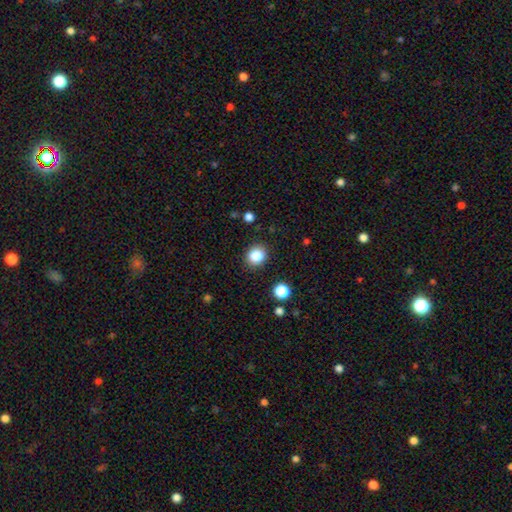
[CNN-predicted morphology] smooth 84%, star or artifact 11%, featured or disk 5%. Down the decision tree: how rounded — round (78%); merging — none (89%).